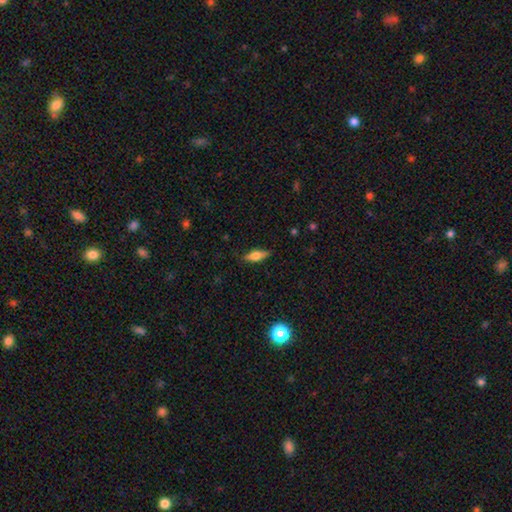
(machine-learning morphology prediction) Q: Smooth or featured?
A: smooth (59%); runner-up: featured or disk (34%)
Q: How rounded?
A: in between (60%); runner-up: cigar-shaped (37%)
Q: Merging?
A: none (84%); runner-up: minor disturbance (12%)